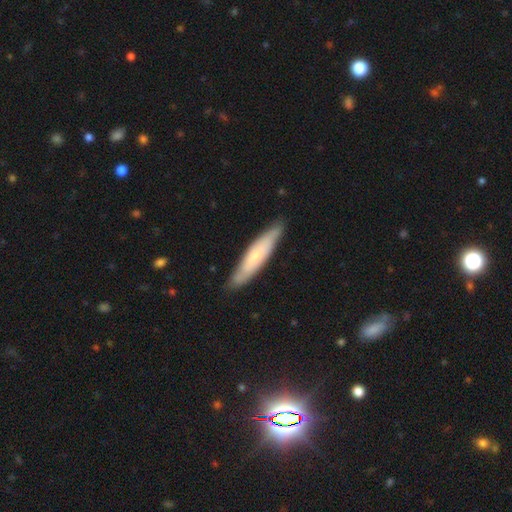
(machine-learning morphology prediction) This appears to be a smooth galaxy with no disk features (53%) that is cigar-shaped (83%). Merging: none (84%).